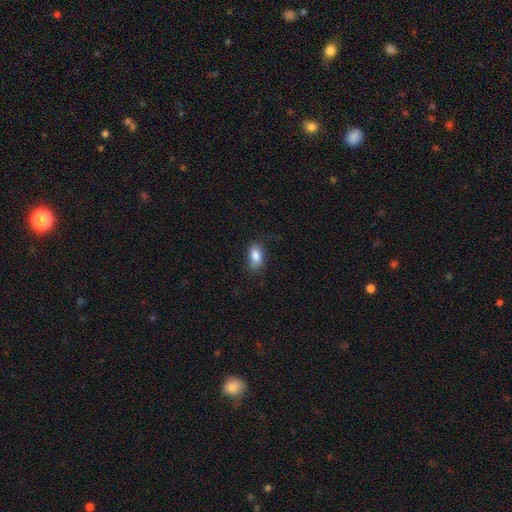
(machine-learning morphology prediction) smooth 86%, star or artifact 8%, featured or disk 7%. Down the decision tree: how rounded — in between (89%); merging — none (75%).